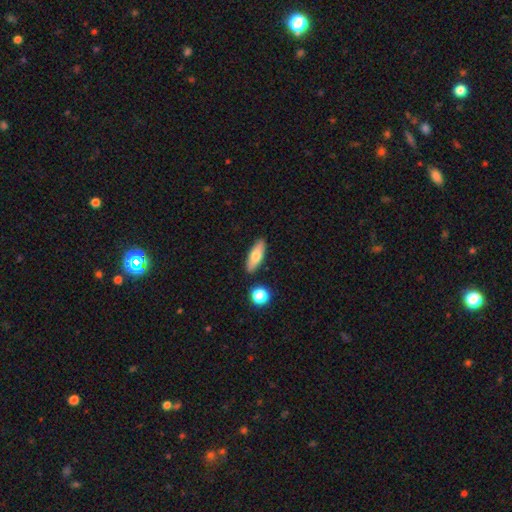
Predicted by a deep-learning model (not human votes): This appears to be a smooth galaxy with no disk features (72%) that is in between round and cigar-shaped (69%). Merging: none (86%).